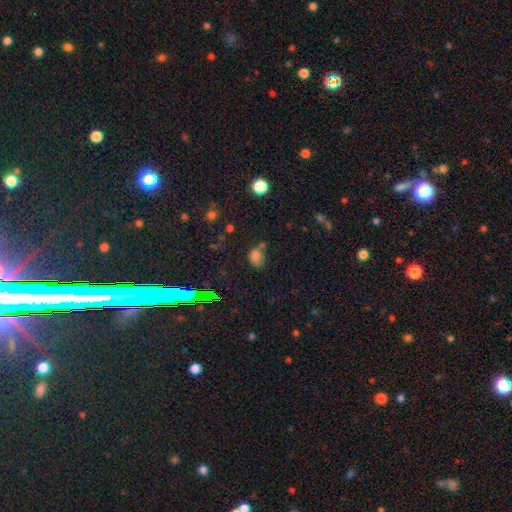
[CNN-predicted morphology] A smooth galaxy with no disk features (71%) that is in between round and cigar-shaped (54%). Merging: none (46%).